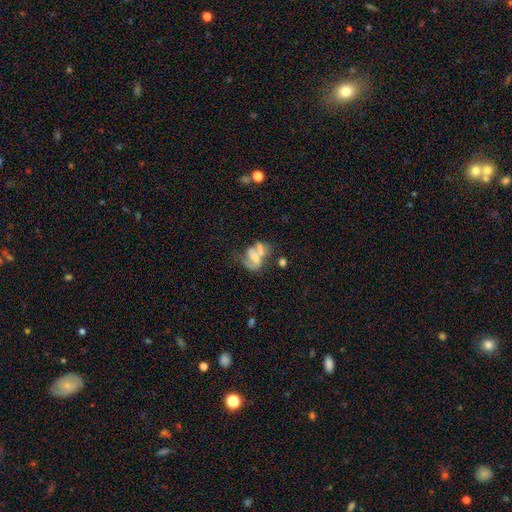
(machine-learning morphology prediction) The model was most divided on "bulge size": small: 34%, moderate: 31%, none: 26%, large: 7%, dominant: 2%. Remaining: edge-on disk — no (96%); spiral arms — yes (56%); smooth or featured — featured or disk (56%); bar — no (52%); merging — merger (39%).